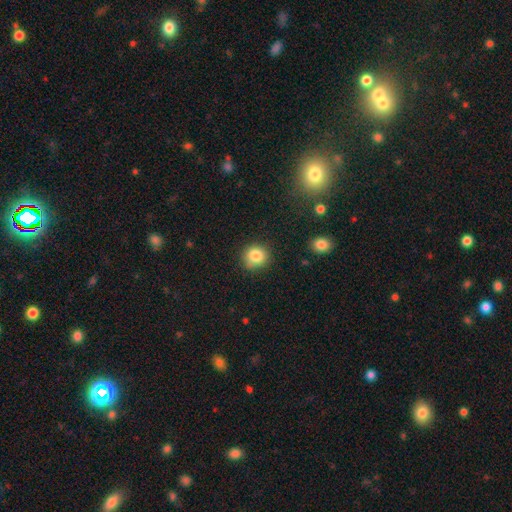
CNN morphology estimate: smooth-or-featured: smooth: 83% | star or artifact: 11% | featured or disk: 6%
  how-rounded: round: 88% | in between: 11% | cigar-shaped: 1%
  merging: none: 82% | minor disturbance: 13% | major disturbance: 3% | merger: 2%